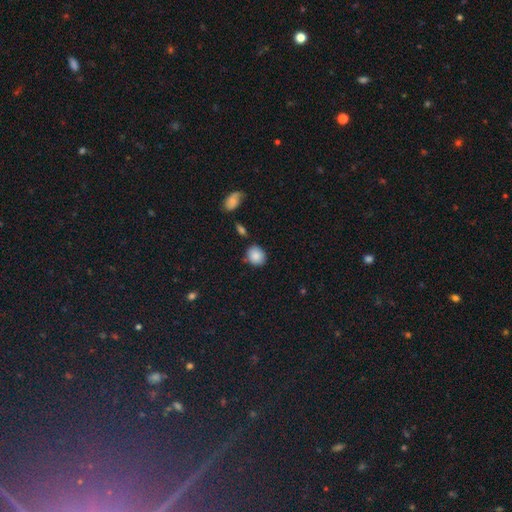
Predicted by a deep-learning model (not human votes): Smooth or featured? smooth (86%)
How rounded? round (62%)
Merging? none (78%)